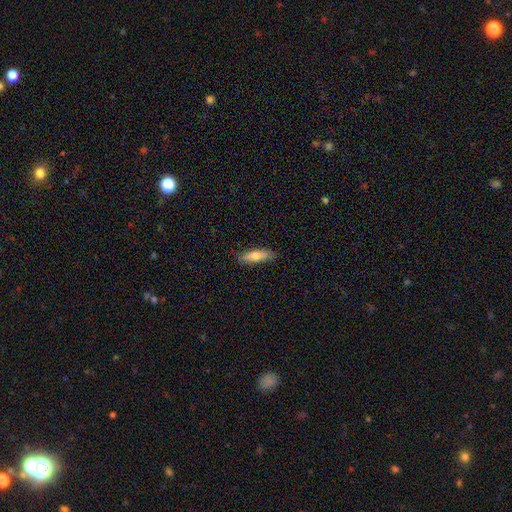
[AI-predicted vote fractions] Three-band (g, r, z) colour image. It shows a smooth galaxy with no disk features (69%) that is cigar-shaped (60%). Merging: none (85%).